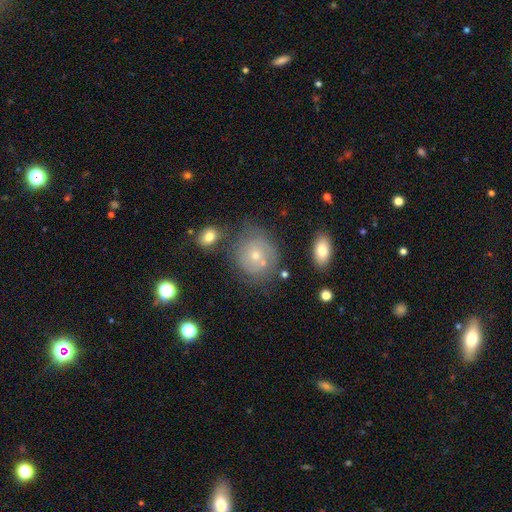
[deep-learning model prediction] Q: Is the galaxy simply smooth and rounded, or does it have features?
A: featured or disk — 65%.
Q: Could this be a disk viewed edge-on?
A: no — 97%.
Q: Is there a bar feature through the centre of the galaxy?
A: no — 78%.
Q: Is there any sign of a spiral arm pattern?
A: yes — 84%.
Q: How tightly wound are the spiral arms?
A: tight — 66%.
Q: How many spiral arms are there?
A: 2 — 40%.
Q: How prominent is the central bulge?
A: small — 57%.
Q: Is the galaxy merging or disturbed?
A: none — 69%.